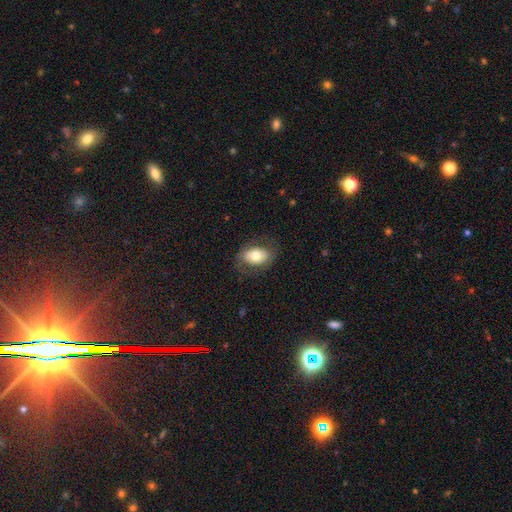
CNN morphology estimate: The model was most divided on "smooth or featured": smooth: 68%, featured or disk: 24%, star or artifact: 7%. More confident: how rounded — in between (85%); merging — none (77%).